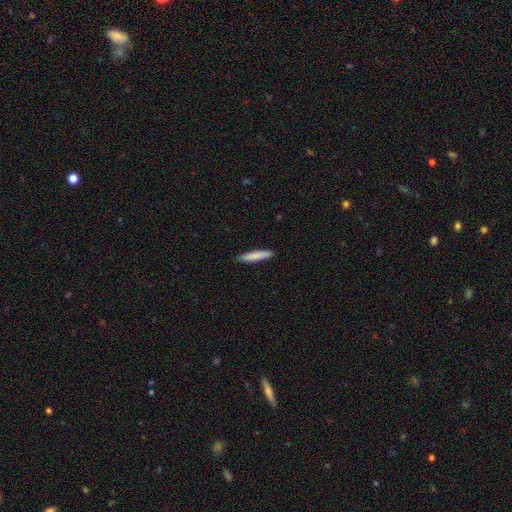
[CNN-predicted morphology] Overall: smooth (83%). How rounded: cigar-shaped (90%). Merging: none (90%).